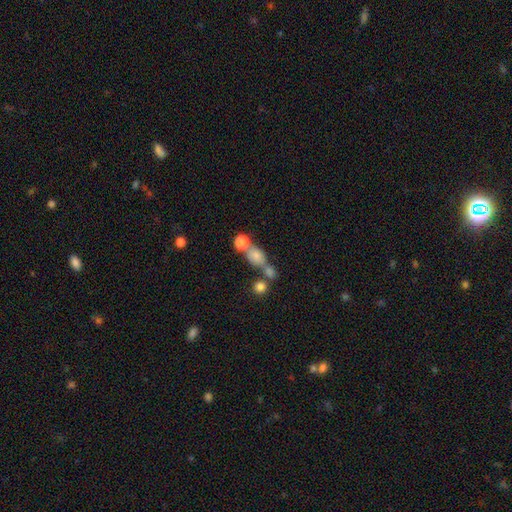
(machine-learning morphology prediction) smooth_or_featured: smooth (p=0.70) [alt: featured or disk p=0.16]
how_rounded: in between (p=0.52) [alt: round p=0.42]
merging: merger (p=0.41) [alt: none p=0.40]